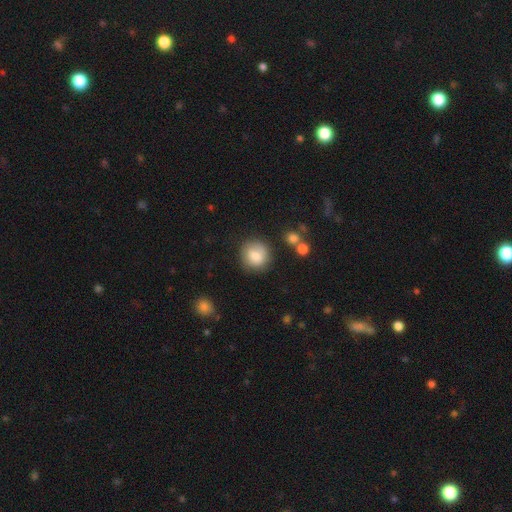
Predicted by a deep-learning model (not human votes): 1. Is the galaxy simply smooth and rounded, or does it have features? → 80% smooth, 12% featured or disk, 8% star or artifact.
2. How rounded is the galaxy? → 88% round, 11% in between, 1% cigar-shaped.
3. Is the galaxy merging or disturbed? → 76% none, 15% minor disturbance, 5% major disturbance, 4% merger.